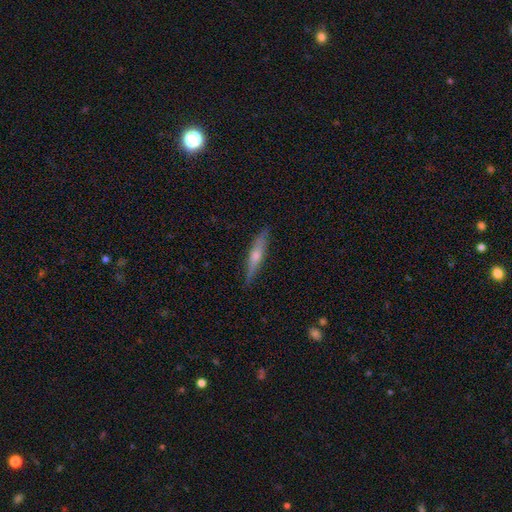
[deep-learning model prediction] This is possibly a featured or disk galaxy (58%). It is clearly viewed edge-on (95%). Edge-on bulge: clearly rounded (82%). Merging: clearly none (88%).